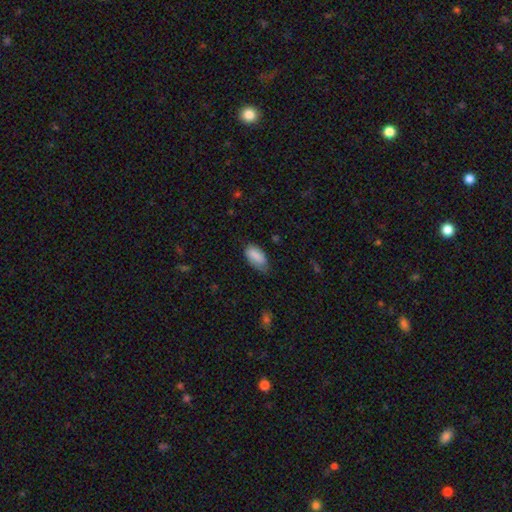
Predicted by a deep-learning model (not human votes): Q: Smooth or featured?
A: smooth (86%); runner-up: featured or disk (7%)
Q: How rounded?
A: in between (92%); runner-up: cigar-shaped (5%)
Q: Merging?
A: none (54%); runner-up: minor disturbance (36%)